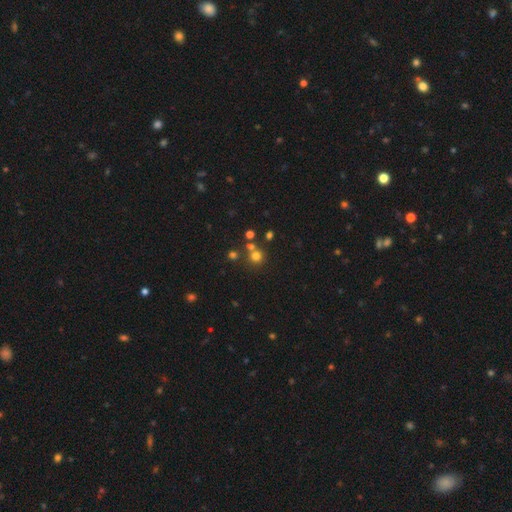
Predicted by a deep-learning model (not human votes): The model was most divided on "merging": none: 66%, merger: 22%, minor disturbance: 8%, major disturbance: 4%. More confident: how rounded — round (91%); smooth or featured — smooth (70%).